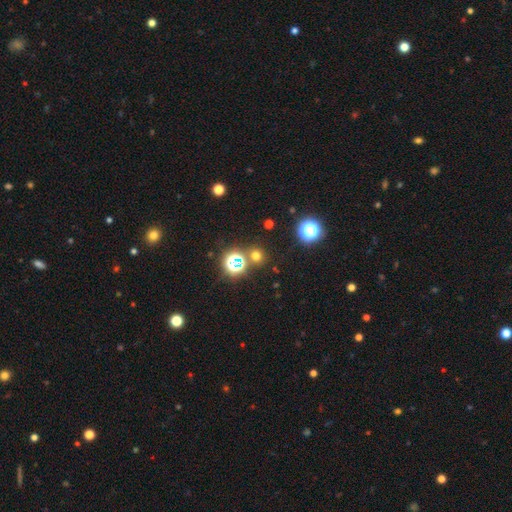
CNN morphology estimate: A smooth galaxy with no disk features (60%) that is round (89%). Merging: none (81%).